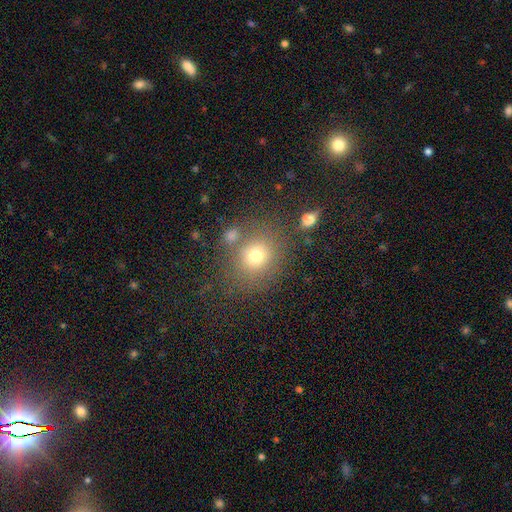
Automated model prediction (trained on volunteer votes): A smooth galaxy with no disk features (73%) that is round (72%).

Vote fractions:
- Smooth or featured? smooth: 73% / star or artifact: 15% / featured or disk: 12%
- How rounded? round: 72% / in between: 27% / cigar-shaped: 1%
- Merging? none: 71% / minor disturbance: 12% / merger: 12% / major disturbance: 5%